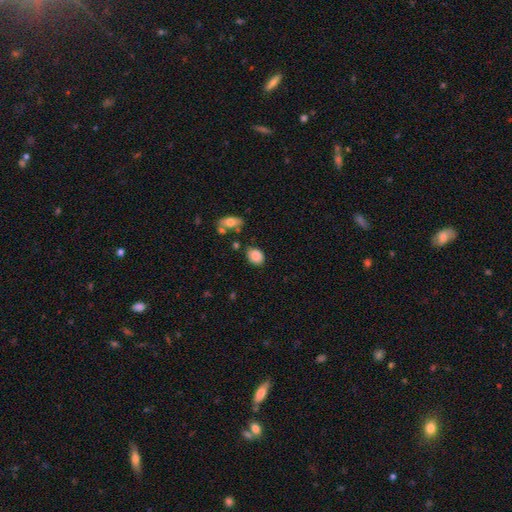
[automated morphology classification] Overall: smooth (86%). How rounded: in between (67%; round 32%). Merging: none (78%).